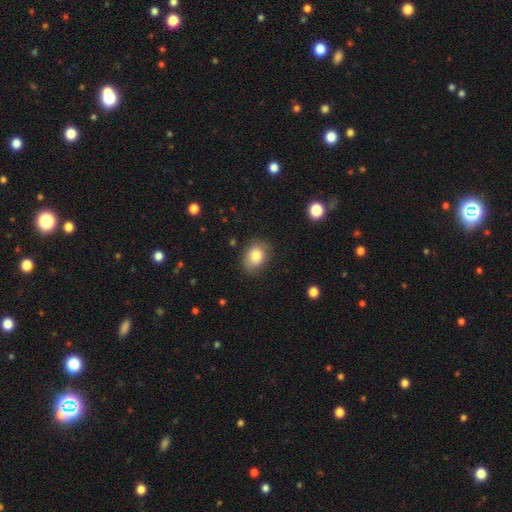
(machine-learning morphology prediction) The model was most divided on "how rounded": in between: 64%, round: 35%, cigar-shaped: 1%. More confident: smooth or featured — smooth (83%); merging — none (78%).